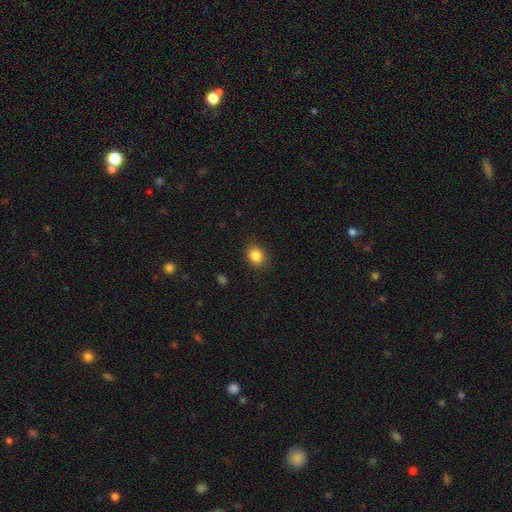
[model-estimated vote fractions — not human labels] smooth 85%, star or artifact 10%, featured or disk 5%. Down the decision tree: how rounded — round (59%); merging — none (84%).